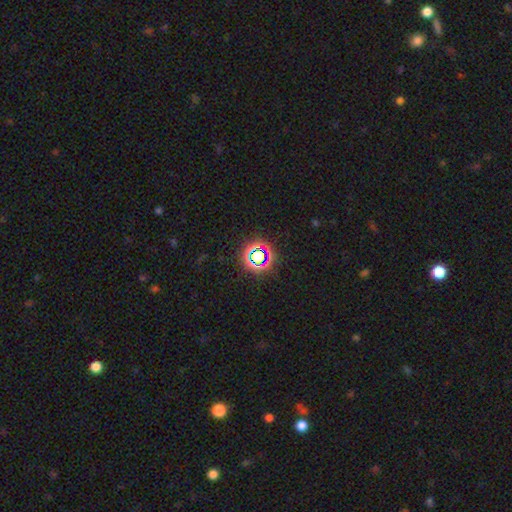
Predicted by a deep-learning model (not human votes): The model was most divided on "smooth or featured": star or artifact: 70%, smooth: 20%, featured or disk: 9%.